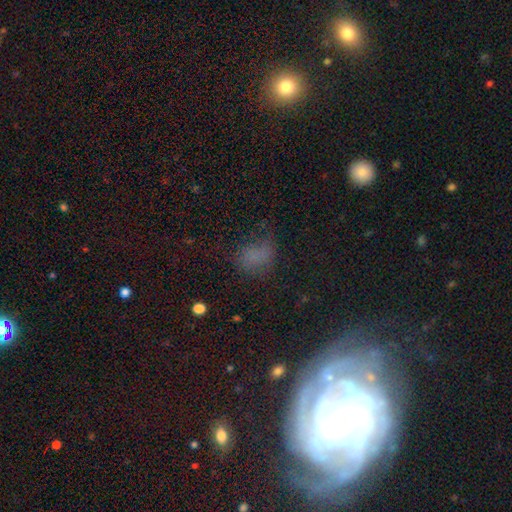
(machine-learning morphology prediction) A smooth galaxy with no disk features (64%) that is in between round and cigar-shaped (65%). Merging: none (52%).